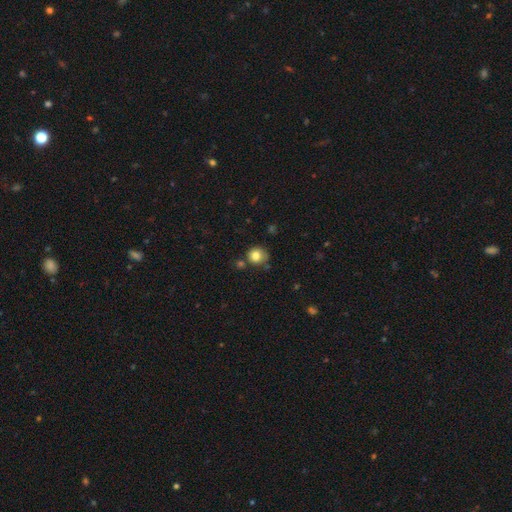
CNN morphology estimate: Smooth or featured: smooth — 82% (star or artifact — 10%)
How rounded: round — 86% (in between — 13%)
Merging: none — 62% (minor disturbance — 21%)